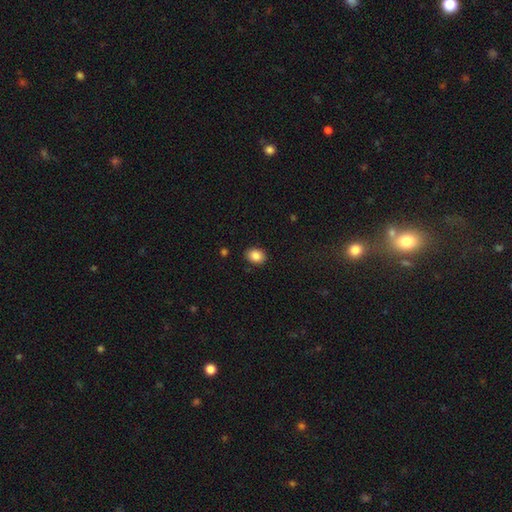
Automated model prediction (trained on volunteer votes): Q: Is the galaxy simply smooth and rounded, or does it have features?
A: smooth — 87%.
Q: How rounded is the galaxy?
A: in between — 63%.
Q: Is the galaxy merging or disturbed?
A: none — 89%.